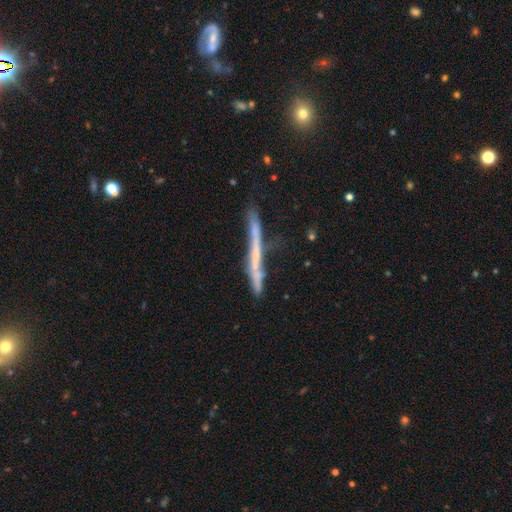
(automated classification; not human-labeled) Smooth or featured: featured or disk — 61% (smooth — 31%)
Edge-on disk: yes — 92% (no — 8%)
Edge-on bulge: none — 83% (rounded — 11%)
Merging: none — 65% (minor disturbance — 22%)